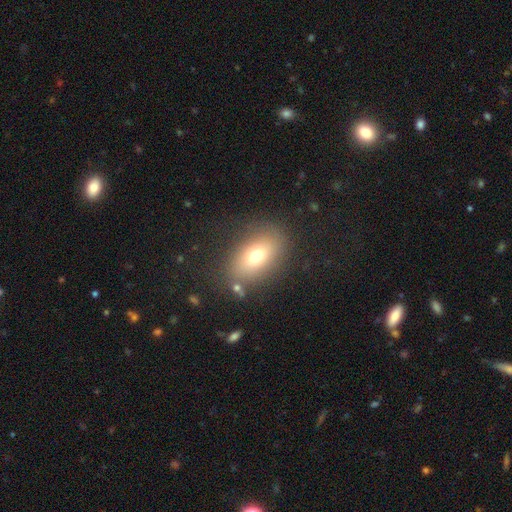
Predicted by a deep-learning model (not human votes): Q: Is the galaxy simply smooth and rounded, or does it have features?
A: smooth — 70%.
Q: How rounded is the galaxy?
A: in between — 81%.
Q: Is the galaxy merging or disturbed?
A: none — 79%.